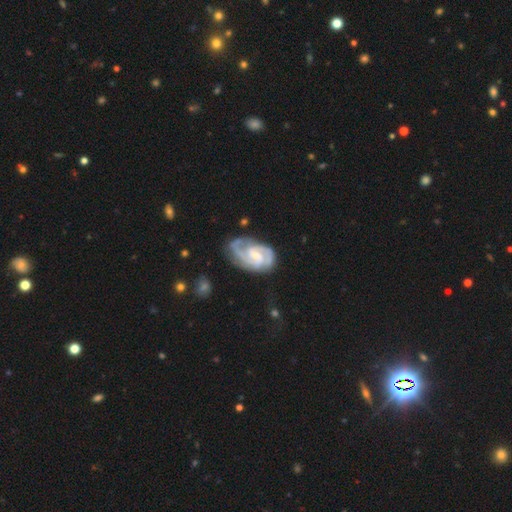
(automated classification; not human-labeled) smooth_or_featured: featured or disk (p=0.88) [alt: smooth p=0.08]
disk_edge_on: no (p=0.98) [alt: yes p=0.02]
bar: weak (p=0.54) [alt: no p=0.34]
has_spiral_arms: yes (p=0.97) [alt: no p=0.03]
spiral_winding: medium (p=0.46) [alt: tight p=0.44]
spiral_arm_count: 2 (p=0.67) [alt: 3 p=0.16]
bulge_size: small (p=0.51) [alt: moderate p=0.36]
merging: none (p=0.62) [alt: minor disturbance p=0.24]